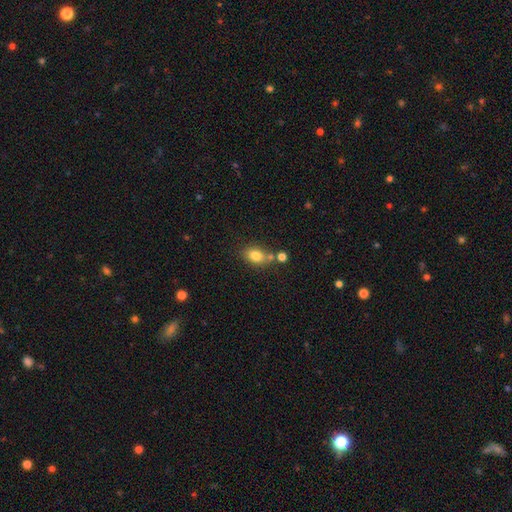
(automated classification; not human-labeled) smooth_or_featured: smooth (p=0.80) [alt: star or artifact p=0.11]
how_rounded: in between (p=0.69) [alt: round p=0.29]
merging: none (p=0.63) [alt: merger p=0.20]